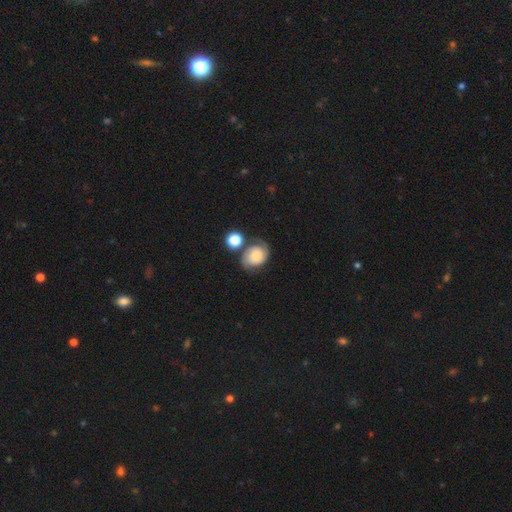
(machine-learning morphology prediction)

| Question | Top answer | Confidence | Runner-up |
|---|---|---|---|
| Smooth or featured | featured or disk | 47% | smooth (43%) |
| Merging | none | 51% | minor disturbance (22%) |